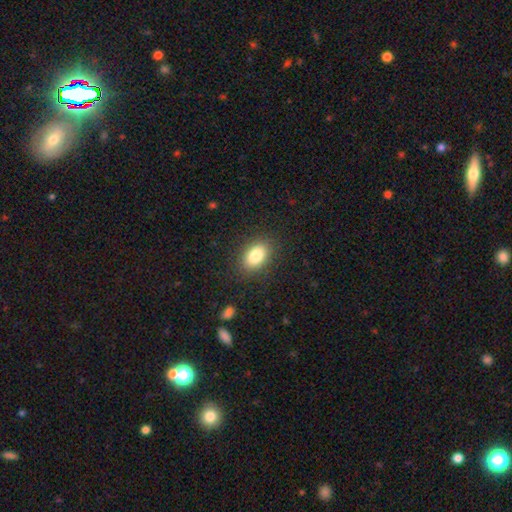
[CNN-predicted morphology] Smooth or featured? smooth (84%)
How rounded? in between (88%)
Merging? none (86%)